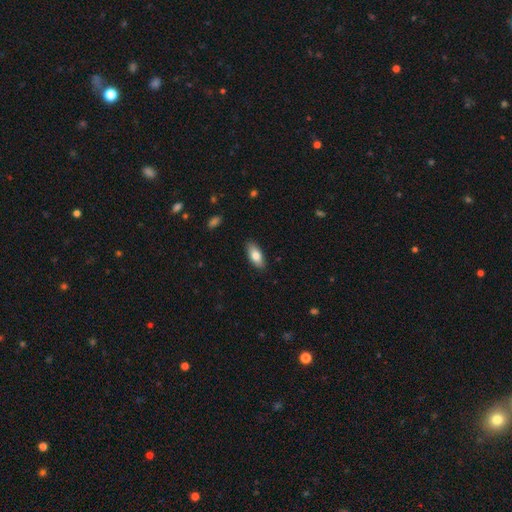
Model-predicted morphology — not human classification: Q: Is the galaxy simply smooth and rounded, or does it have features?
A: smooth — 80%.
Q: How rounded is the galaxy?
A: in between — 85%.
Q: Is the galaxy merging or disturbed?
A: none — 87%.